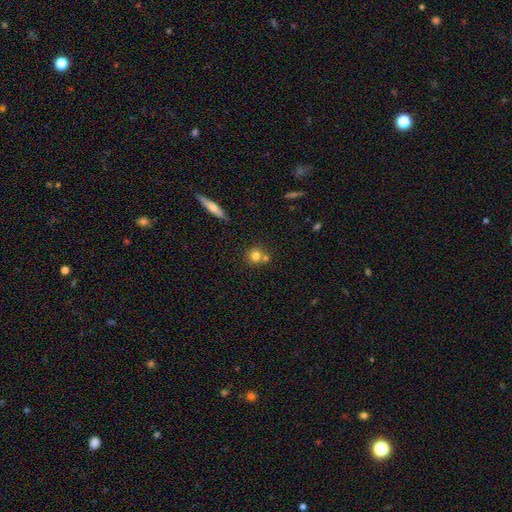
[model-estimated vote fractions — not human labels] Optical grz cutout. It shows a smooth galaxy with no disk features (77%) that is round (86%). Merging: none (57%).